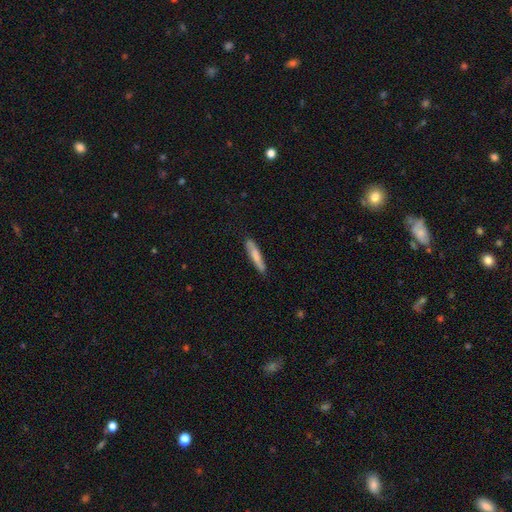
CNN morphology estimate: A smooth galaxy with no disk features (74%) that is cigar-shaped (90%). Merging: none (84%).